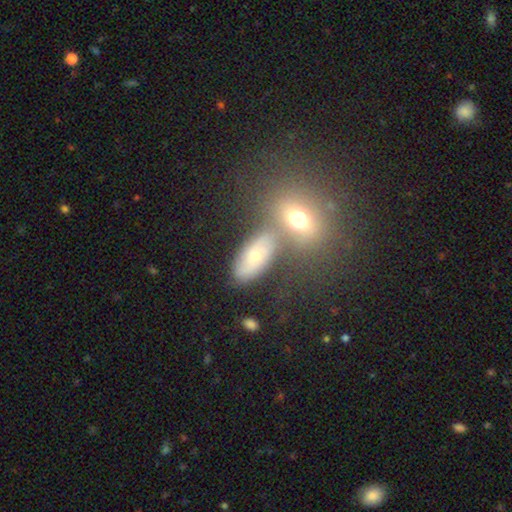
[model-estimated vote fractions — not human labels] The model was most divided on "smooth or featured": smooth: 52%, featured or disk: 36%, star or artifact: 12%. More confident: how rounded — in between (78%); merging — none (61%).